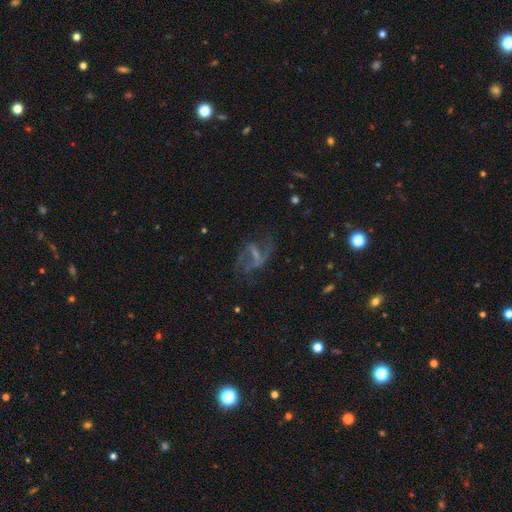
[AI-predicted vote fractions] Smooth or featured? Predicted: featured or disk (p=0.77). Edge-on disk? Predicted: no (p=0.96). Bar? Predicted: weak (p=0.47). Spiral arms? Predicted: yes (p=0.84). Spiral winding? Predicted: loose (p=0.59). Spiral arm count? Predicted: 2 (p=0.77). Bulge size? Predicted: small (p=0.51). Merging? Predicted: none (p=0.52).